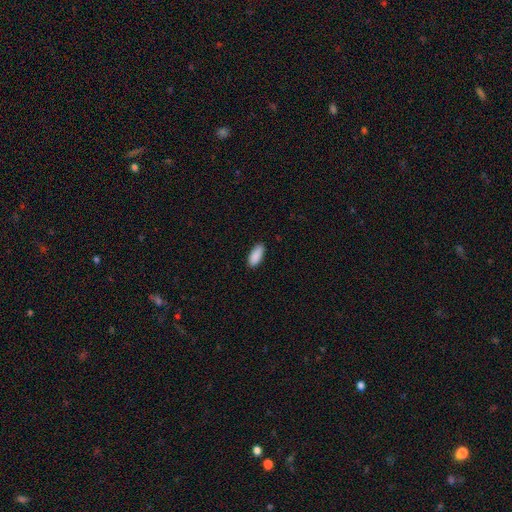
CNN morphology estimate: Q: Smooth or featured?
A: smooth (90%); runner-up: star or artifact (6%)
Q: How rounded?
A: in between (85%); runner-up: cigar-shaped (13%)
Q: Merging?
A: none (87%); runner-up: minor disturbance (11%)